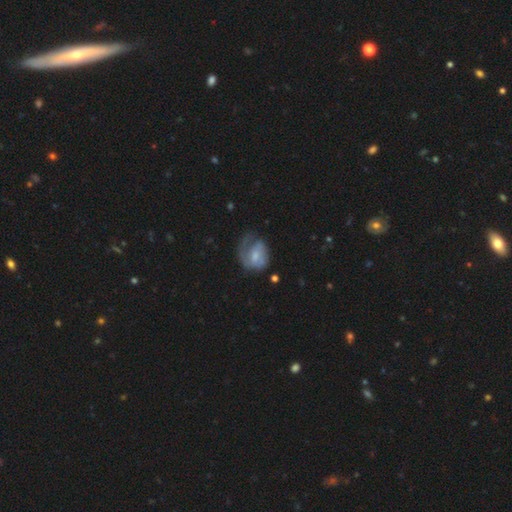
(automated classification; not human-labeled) featured or disk 53%, smooth 40%, star or artifact 7%. Down the decision tree: edge-on disk — no (97%); bar — no (53%); spiral arms — yes (68%); bulge size — small (39%); merging — major disturbance (39%).